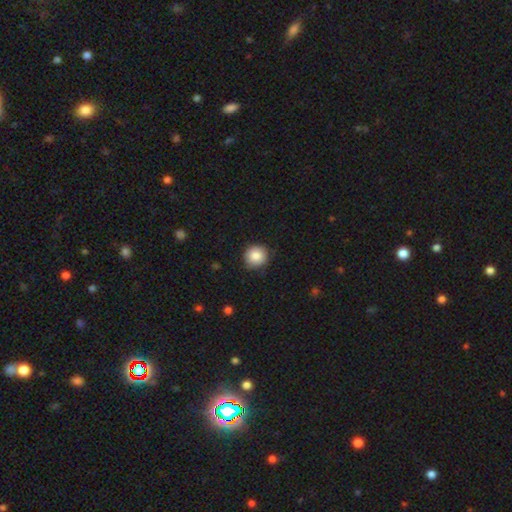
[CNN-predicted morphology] Smooth or featured? Predicted: smooth (p=0.85). How rounded? Predicted: round (p=0.92). Merging? Predicted: none (p=0.84).